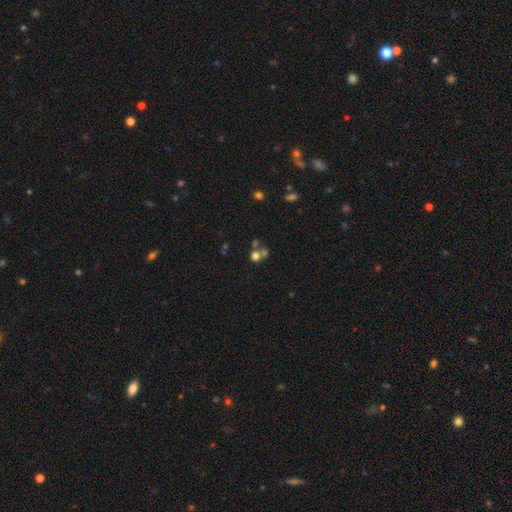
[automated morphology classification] Smooth or featured? smooth (65%)
How rounded? round (84%)
Merging? none (48%)